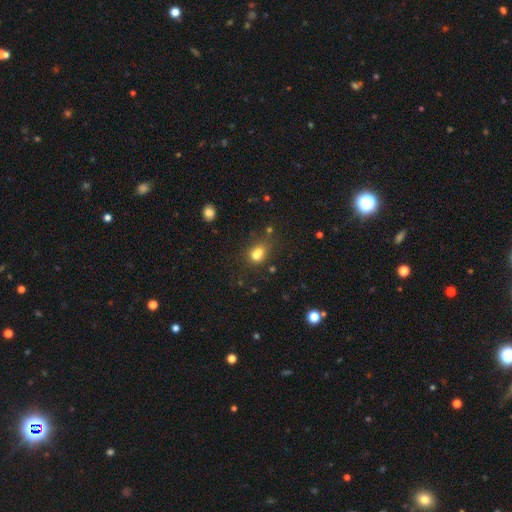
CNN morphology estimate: A smooth galaxy with no disk features (71%) that is in between round and cigar-shaped (57%). Merging: merger (44%).